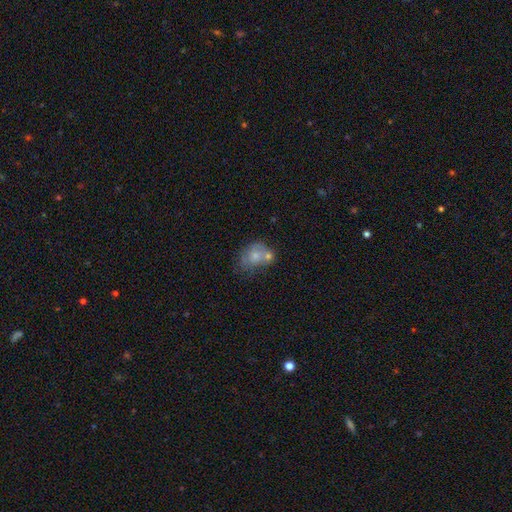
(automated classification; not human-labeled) A smooth galaxy with no disk features (59%) that is in between round and cigar-shaped (55%).

Vote fractions:
- Smooth or featured? smooth: 59% / featured or disk: 32% / star or artifact: 9%
- How rounded? in between: 55% / round: 44% / cigar-shaped: 1%
- Merging? merger: 44% / none: 26% / minor disturbance: 18% / major disturbance: 12%